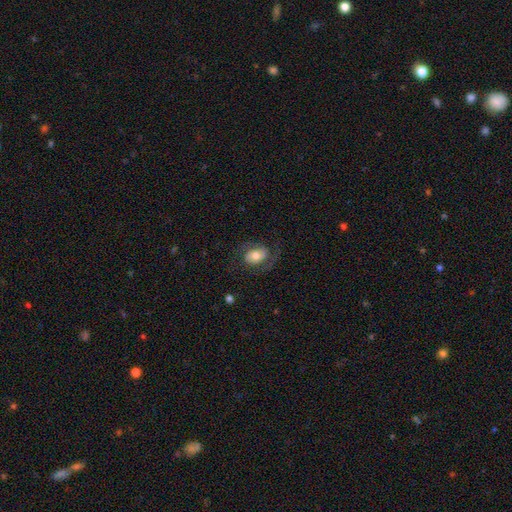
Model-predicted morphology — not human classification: smooth_or_featured: featured or disk (p=0.54) [alt: smooth p=0.39]
disk_edge_on: no (p=0.95) [alt: yes p=0.05]
bar: no (p=0.58) [alt: weak p=0.29]
has_spiral_arms: yes (p=0.82) [alt: no p=0.18]
bulge_size: moderate (p=0.62) [alt: large p=0.18]
merging: none (p=0.64) [alt: major disturbance p=0.17]